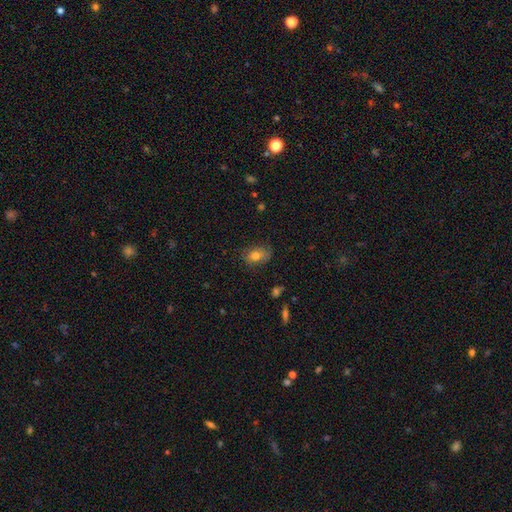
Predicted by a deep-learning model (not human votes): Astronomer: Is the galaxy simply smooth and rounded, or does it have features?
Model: smooth — 74%.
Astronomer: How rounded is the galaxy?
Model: in between — 77%.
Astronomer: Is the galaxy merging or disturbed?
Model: none — 73%.